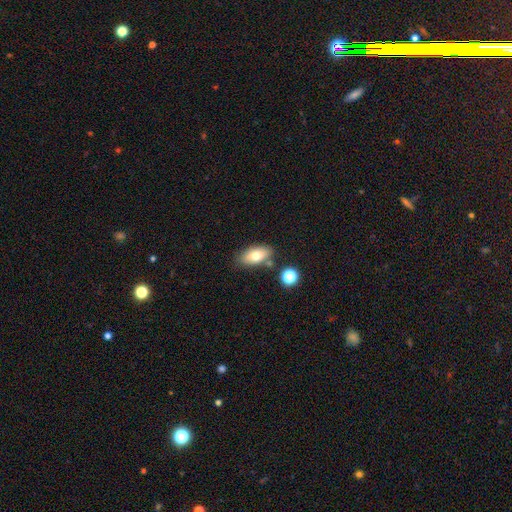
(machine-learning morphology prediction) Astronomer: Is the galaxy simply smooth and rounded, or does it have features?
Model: smooth — 75%.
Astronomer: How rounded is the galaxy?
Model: in between — 88%.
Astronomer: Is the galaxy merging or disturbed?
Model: none — 75%.